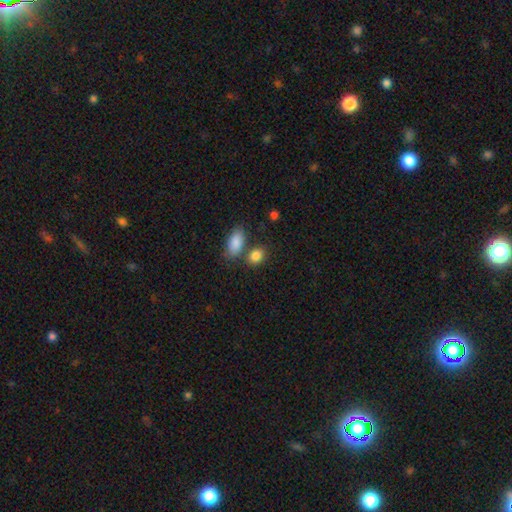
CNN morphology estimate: type=smooth (87%); roundness=in between (70%); merging=none (60%).